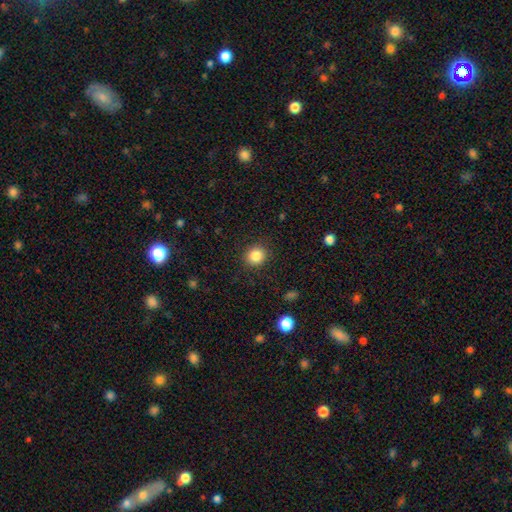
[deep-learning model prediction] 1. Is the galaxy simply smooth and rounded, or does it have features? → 85% smooth, 10% star or artifact, 4% featured or disk.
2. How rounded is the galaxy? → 86% round, 13% in between, 1% cigar-shaped.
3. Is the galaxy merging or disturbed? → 90% none, 7% minor disturbance, 3% major disturbance, 1% merger.